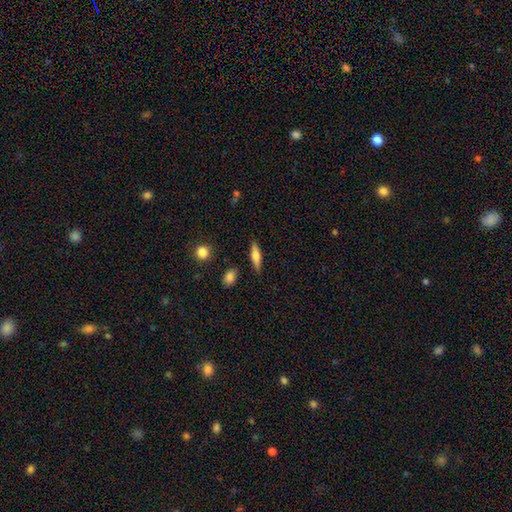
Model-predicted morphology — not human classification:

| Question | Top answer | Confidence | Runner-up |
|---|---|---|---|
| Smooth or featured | smooth | 66% | featured or disk (27%) |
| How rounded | cigar-shaped | 61% | in between (36%) |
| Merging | none | 85% | minor disturbance (10%) |